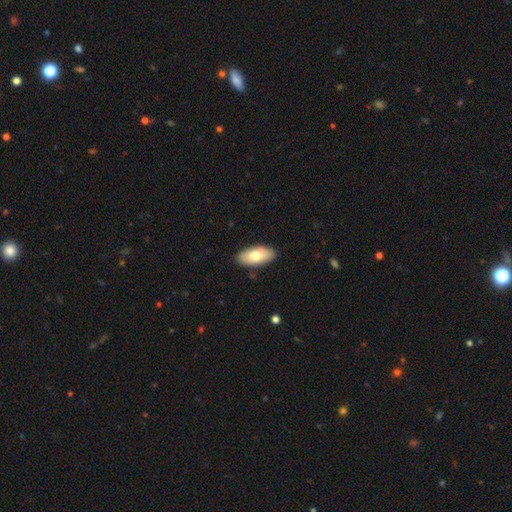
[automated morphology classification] The model was most divided on "smooth or featured": smooth: 73%, featured or disk: 21%, star or artifact: 6%. More confident: how rounded — in between (92%); merging — none (87%).